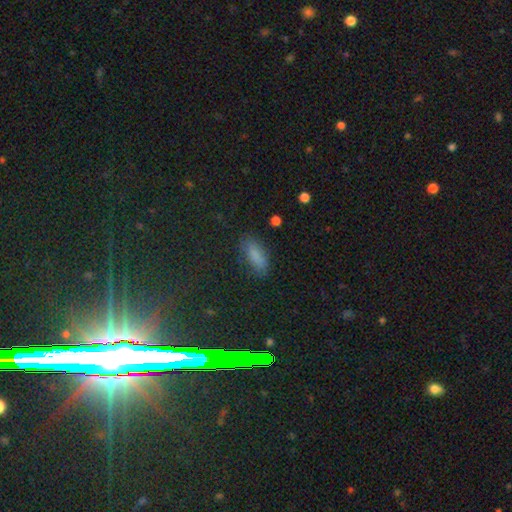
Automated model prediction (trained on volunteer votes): Smooth or featured? smooth (79%)
How rounded? in between (75%)
Merging? none (78%)